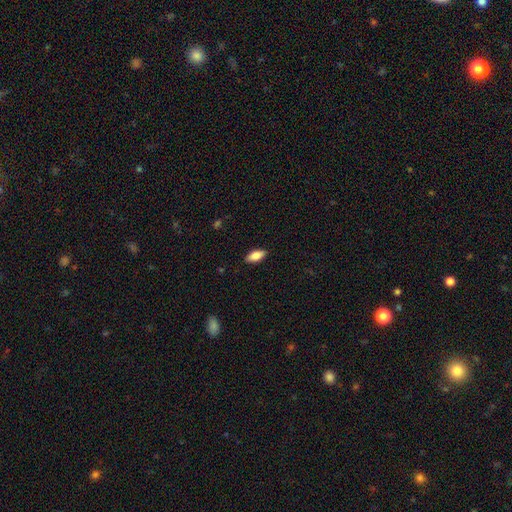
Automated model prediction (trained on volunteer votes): smooth 80%, featured or disk 13%, star or artifact 7%. Down the decision tree: how rounded — in between (84%); merging — none (88%).